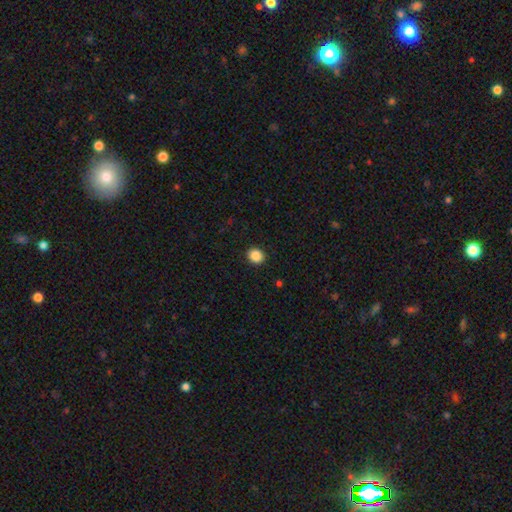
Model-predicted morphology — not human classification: Smooth or featured: smooth — 88% (star or artifact — 9%)
How rounded: round — 77% (in between — 22%)
Merging: none — 92% (minor disturbance — 5%)